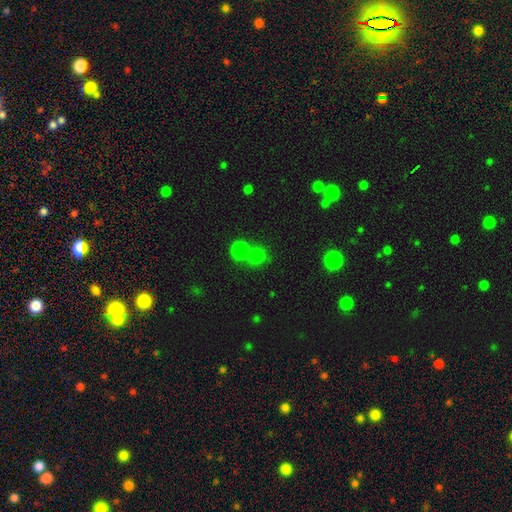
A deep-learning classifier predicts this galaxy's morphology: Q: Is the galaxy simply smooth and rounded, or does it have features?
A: smooth — 79%.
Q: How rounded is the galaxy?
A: round — 67%.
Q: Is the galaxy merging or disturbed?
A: none — 53%.